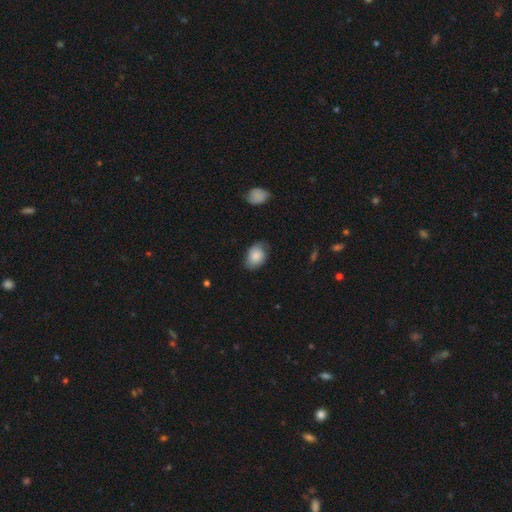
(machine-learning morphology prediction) Smooth or featured: smooth — 78% (featured or disk — 15%)
How rounded: in between — 79% (round — 19%)
Merging: none — 62% (minor disturbance — 29%)